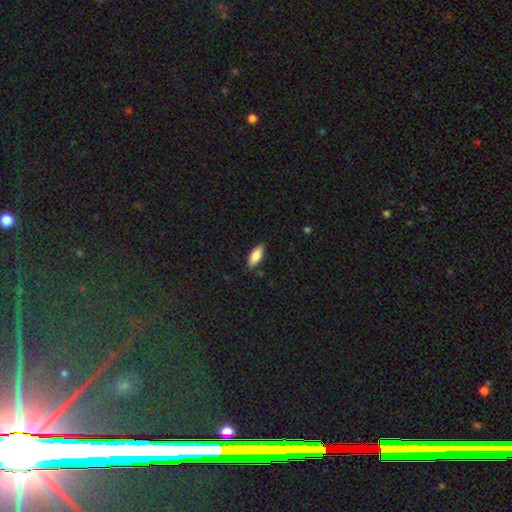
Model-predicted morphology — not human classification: type=smooth (85%); roundness=in between (84%); merging=none (84%).